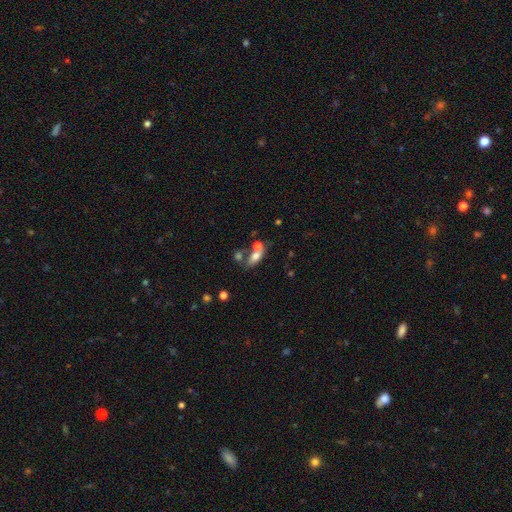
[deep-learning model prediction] Overall: smooth (67%). How rounded: in between (80%). Merging: merger (41%; none 38%).